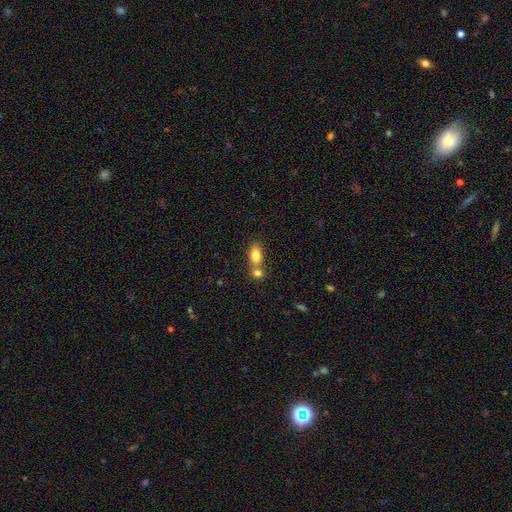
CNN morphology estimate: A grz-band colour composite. It shows a smooth galaxy with no disk features (83%) that is in between round and cigar-shaped (85%). Merging: merger (48%).